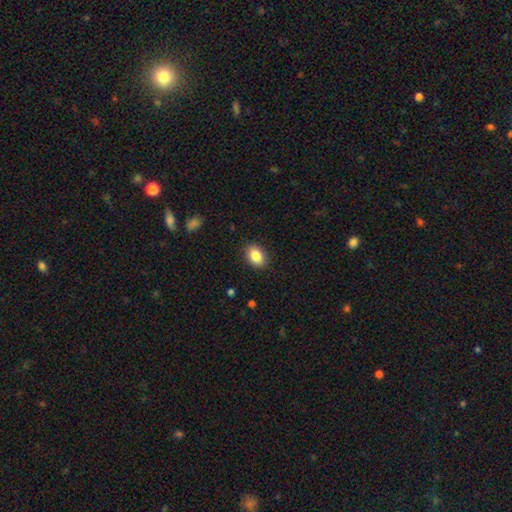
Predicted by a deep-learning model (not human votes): A smooth galaxy with no disk features (86%) that is in between round and cigar-shaped (79%).

Vote fractions:
- Smooth or featured? smooth: 86% / star or artifact: 8% / featured or disk: 6%
- How rounded? in between: 79% / round: 19% / cigar-shaped: 1%
- Merging? none: 89% / minor disturbance: 8% / major disturbance: 2% / merger: 1%